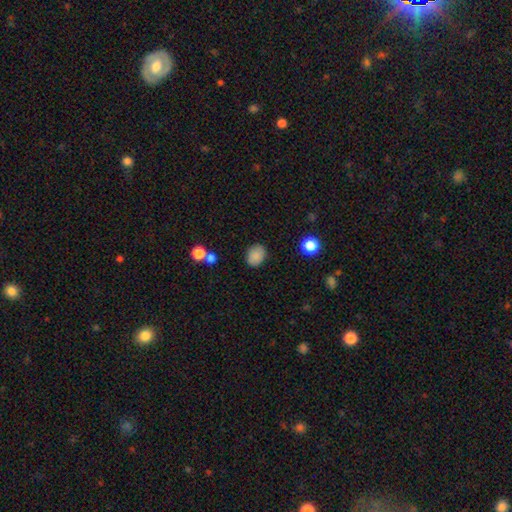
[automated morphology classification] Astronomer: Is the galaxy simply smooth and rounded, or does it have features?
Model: smooth — 85%.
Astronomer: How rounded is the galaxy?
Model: round — 52% (runner-up: in between, 48%).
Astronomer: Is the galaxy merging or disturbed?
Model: none — 81%.